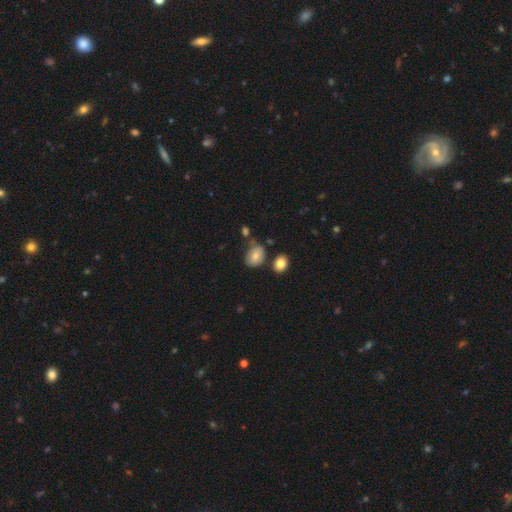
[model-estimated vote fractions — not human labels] The model was most divided on "how rounded": in between: 66%, round: 33%, cigar-shaped: 1%. More confident: smooth or featured — smooth (75%); merging — none (57%).